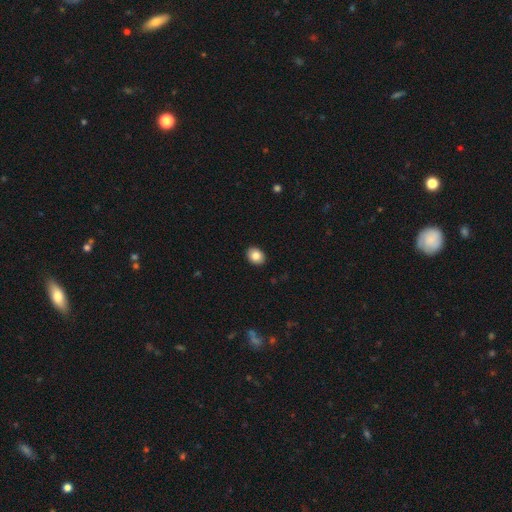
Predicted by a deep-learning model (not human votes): Q: Smooth or featured?
A: smooth (85%); runner-up: star or artifact (8%)
Q: How rounded?
A: in between (62%); runner-up: round (37%)
Q: Merging?
A: none (91%); runner-up: minor disturbance (6%)